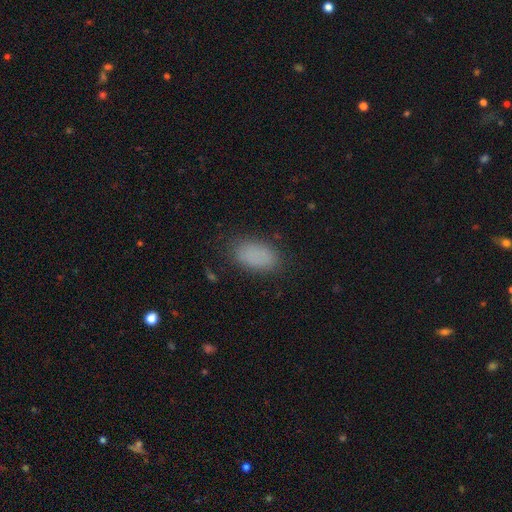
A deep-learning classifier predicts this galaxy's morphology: A smooth galaxy with no disk features (85%) that is in between round and cigar-shaped (93%). Merging: none (83%).